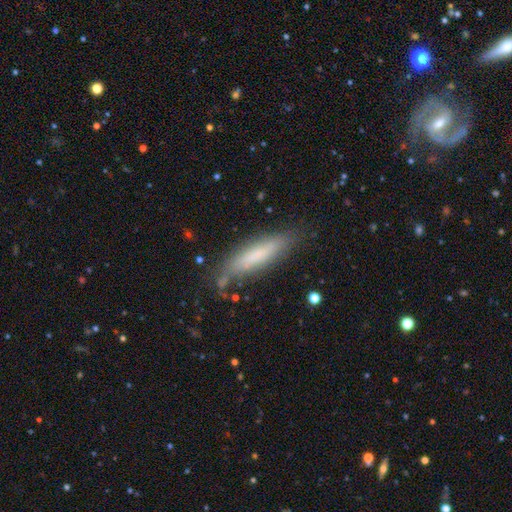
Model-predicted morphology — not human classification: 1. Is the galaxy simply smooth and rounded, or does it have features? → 66% smooth, 26% featured or disk, 8% star or artifact.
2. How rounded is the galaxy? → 75% cigar-shaped, 23% in between, 1% round.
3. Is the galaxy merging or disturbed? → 73% none, 19% minor disturbance, 5% major disturbance, 3% merger.